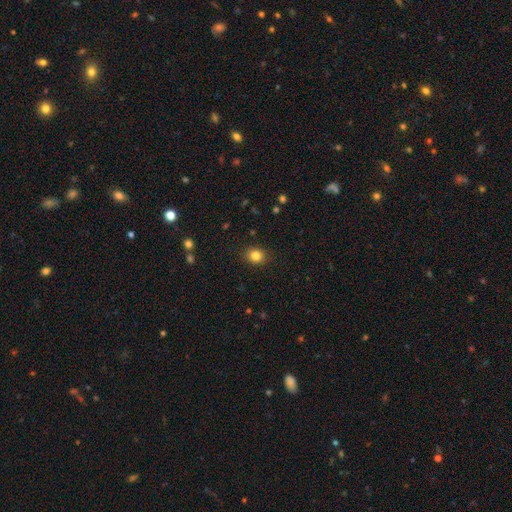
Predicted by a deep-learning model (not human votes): Morphology: type=smooth (83%); roundness=round (69%); merging=none (90%).